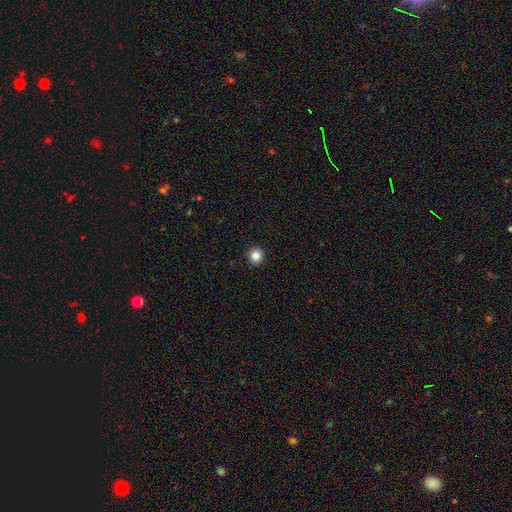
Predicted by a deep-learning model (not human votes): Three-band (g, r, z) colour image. It shows a smooth galaxy with no disk features (84%) that is round (90%). Merging: none (93%).